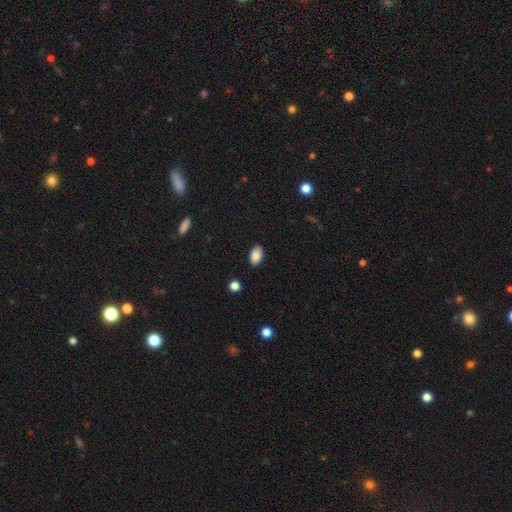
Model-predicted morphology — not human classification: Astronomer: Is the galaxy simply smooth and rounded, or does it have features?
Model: smooth — 87%.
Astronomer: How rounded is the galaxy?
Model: in between — 93%.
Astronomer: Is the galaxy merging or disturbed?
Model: none — 87%.